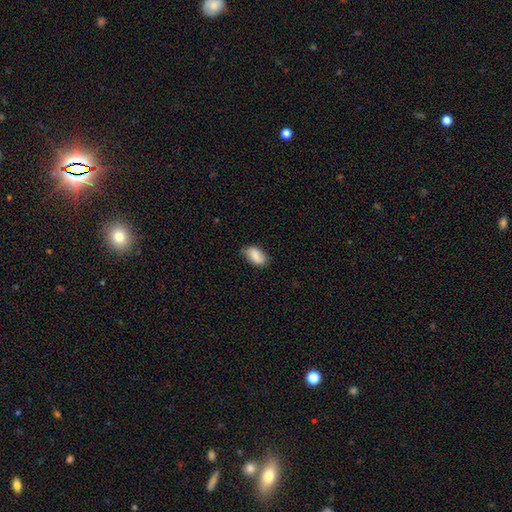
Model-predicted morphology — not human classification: This appears to be a smooth galaxy with no disk features (80%) that is in between round and cigar-shaped (93%). Merging: none (73%).